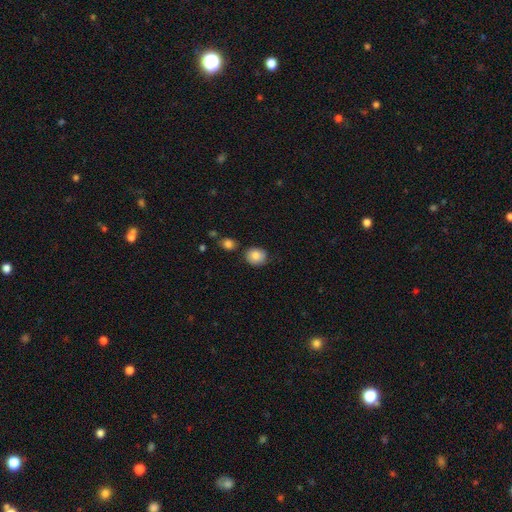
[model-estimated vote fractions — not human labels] This appears to be a smooth galaxy with no disk features (84%) that is round (64%). Merging: none (76%).